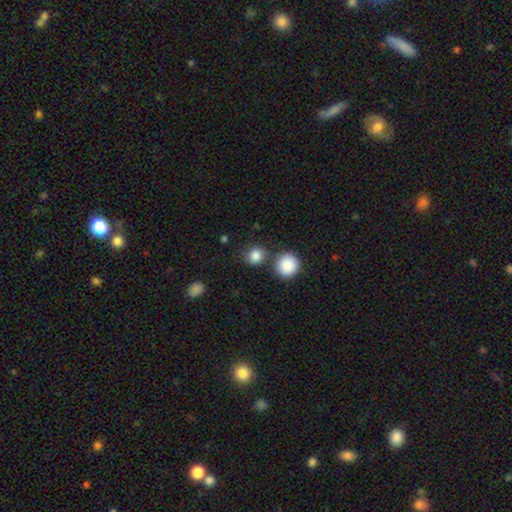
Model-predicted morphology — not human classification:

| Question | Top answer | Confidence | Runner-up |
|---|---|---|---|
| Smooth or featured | smooth | 85% | star or artifact (10%) |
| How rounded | round | 83% | in between (16%) |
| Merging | none | 69% | merger (17%) |